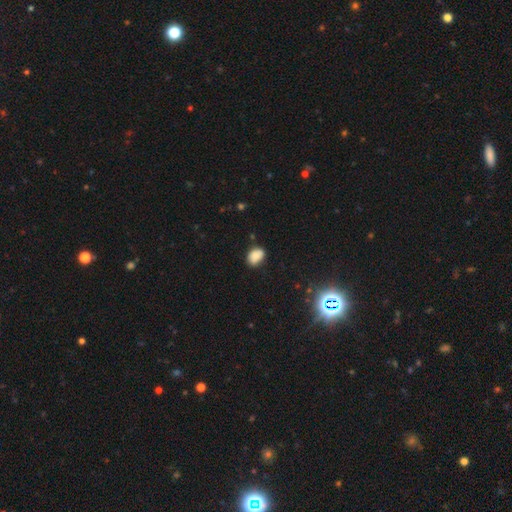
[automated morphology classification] Q: Smooth or featured?
A: smooth (82%); runner-up: star or artifact (11%)
Q: How rounded?
A: in between (77%); runner-up: round (22%)
Q: Merging?
A: none (67%); runner-up: minor disturbance (25%)